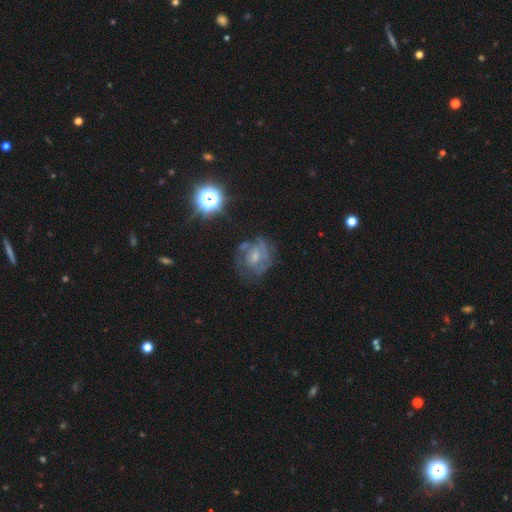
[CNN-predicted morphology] This is likely a featured or disk galaxy (65%). It is clearly not viewed edge-on (97%). Bar: possibly no (58%). Spiral arm pattern: likely yes (71%). Central bulge: marginally small (45%). Merging: possibly none (56%).